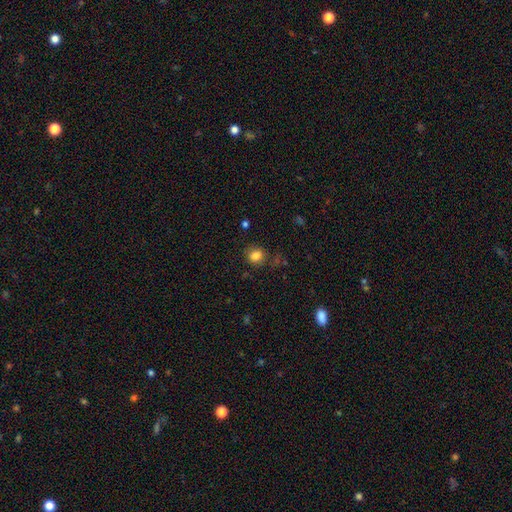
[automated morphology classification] Smooth or featured? Predicted: smooth (p=0.83). How rounded? Predicted: round (p=0.79). Merging? Predicted: none (p=0.80).